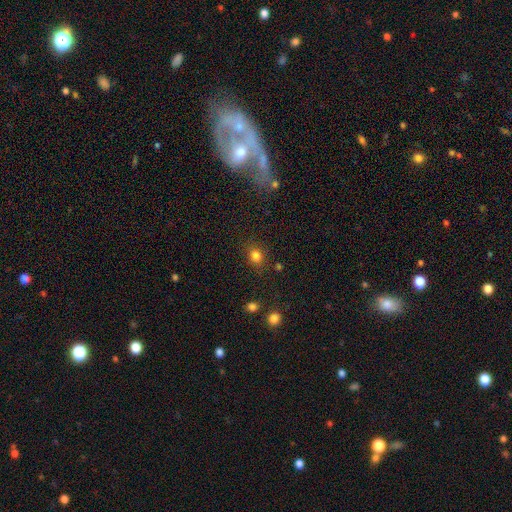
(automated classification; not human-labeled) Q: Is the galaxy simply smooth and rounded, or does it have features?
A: smooth — 81%.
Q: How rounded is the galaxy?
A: round — 62%.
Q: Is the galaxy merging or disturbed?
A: none — 82%.